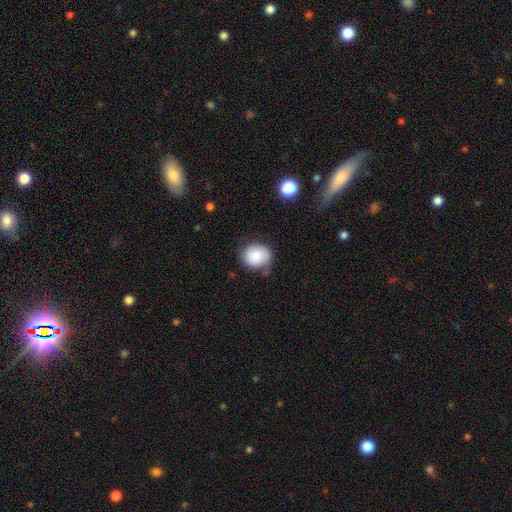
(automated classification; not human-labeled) Smooth or featured? smooth (78%)
How rounded? round (73%)
Merging? none (69%)